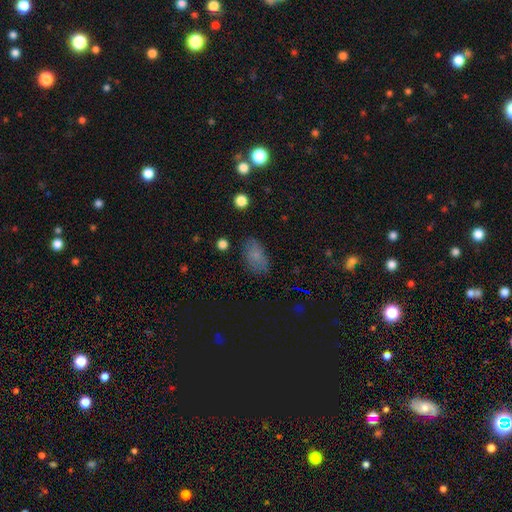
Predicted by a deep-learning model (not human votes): smooth-or-featured: smooth: 75% | star or artifact: 14% | featured or disk: 12%
  how-rounded: in between: 90% | round: 8% | cigar-shaped: 2%
  merging: none: 76% | minor disturbance: 17% | major disturbance: 5% | merger: 2%